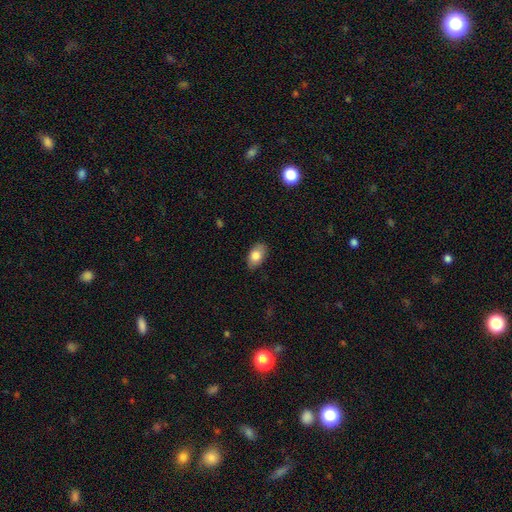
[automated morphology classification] The model was most divided on "smooth or featured": smooth: 82%, featured or disk: 11%, star or artifact: 7%. More confident: how rounded — in between (91%); merging — none (84%).